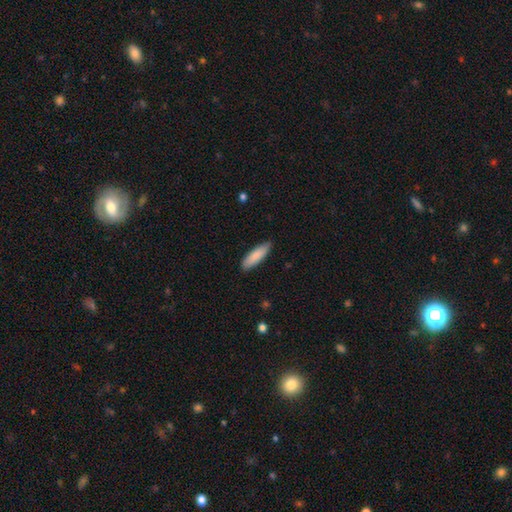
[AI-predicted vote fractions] Smooth or featured?
  - smooth: 86% *
  - featured or disk: 9%
  - star or artifact: 6%
How rounded?
  - cigar-shaped: 59% *
  - in between: 40%
  - round: 1%
Merging?
  - none: 87% *
  - minor disturbance: 10%
  - major disturbance: 2%
  - merger: 1%